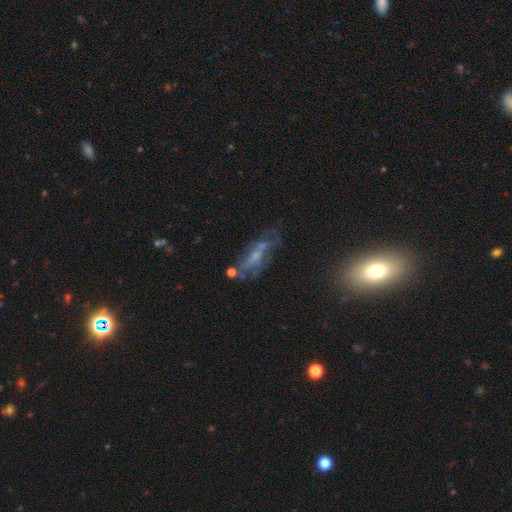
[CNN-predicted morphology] smooth-or-featured: featured or disk: 54% | smooth: 31% | star or artifact: 14%
  disk-edge-on: no: 77% | yes: 23%
  merging: none: 49% | minor disturbance: 22% | major disturbance: 20% | merger: 8%